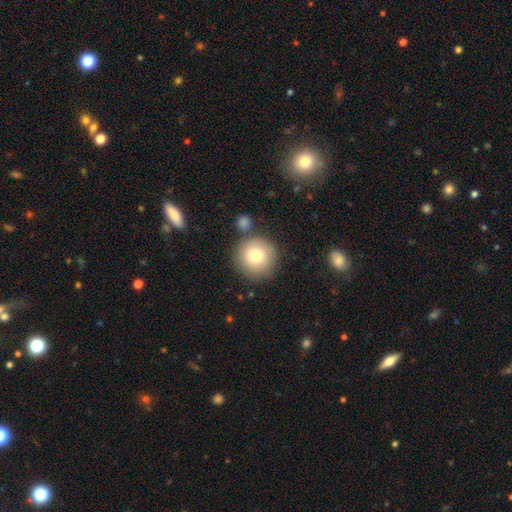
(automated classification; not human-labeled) smooth-or-featured: smooth: 80% | featured or disk: 11% | star or artifact: 9%
  how-rounded: round: 95% | in between: 4% | cigar-shaped: 1%
  merging: none: 77% | minor disturbance: 10% | merger: 10% | major disturbance: 3%